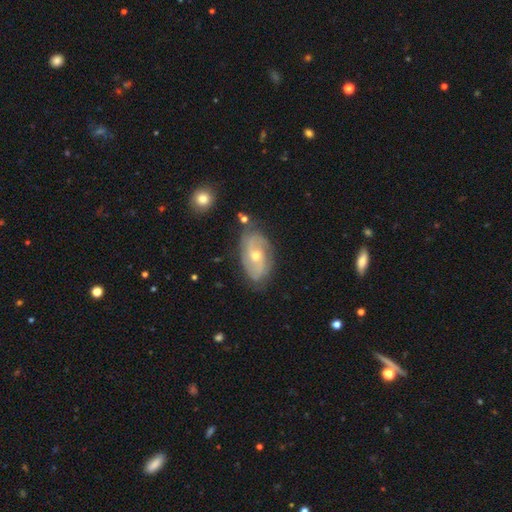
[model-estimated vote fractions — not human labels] This is likely a featured or disk galaxy (76%). It is clearly not viewed edge-on (94%). Bar: possibly no (60%). Spiral arm pattern: clearly yes (87%). Spiral arm count: possibly 2 (52%). Spiral winding: marginally tight (44%). Central bulge: possibly moderate (56%). Merging: likely none (73%).